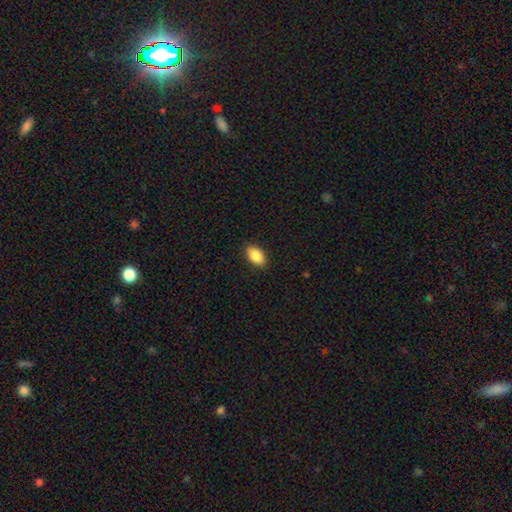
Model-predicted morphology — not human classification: Q: Smooth or featured?
A: smooth (87%); runner-up: star or artifact (7%)
Q: How rounded?
A: in between (92%); runner-up: round (6%)
Q: Merging?
A: none (89%); runner-up: minor disturbance (8%)